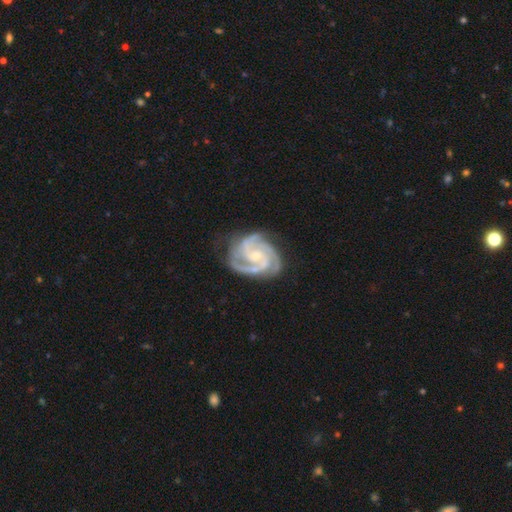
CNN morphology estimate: Overall: featured or disk (92%). Edge-on disk: no (98%). Bar: no (56%; weak 34%). Spiral arms: yes (99%). Spiral arm count: 3 (58%; 2 20%). Spiral winding: tight (59%; medium 37%). Bulge size: small (58%; moderate 34%). Merging: none (73%).